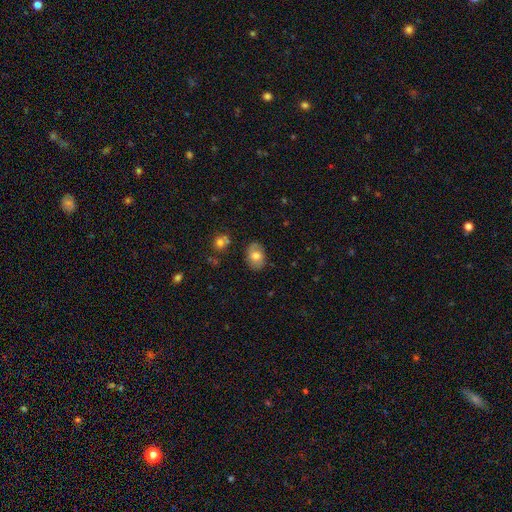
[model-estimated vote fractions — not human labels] Smooth or featured? smooth (69%)
How rounded? in between (70%)
Merging? none (78%)